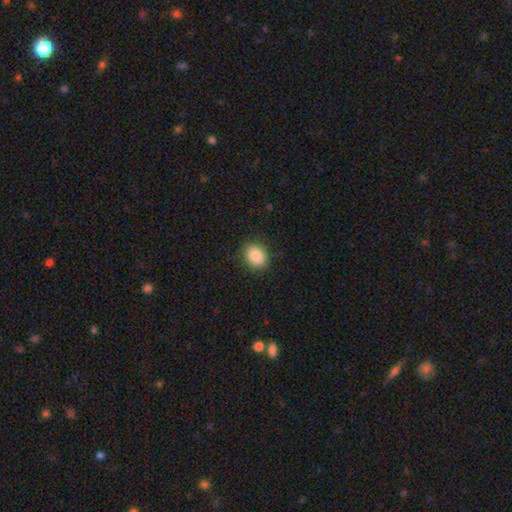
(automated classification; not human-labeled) Smooth or featured?
  - smooth: 88% *
  - star or artifact: 8%
  - featured or disk: 4%
How rounded?
  - in between: 54% *
  - round: 45%
  - cigar-shaped: 1%
Merging?
  - none: 88% *
  - minor disturbance: 9%
  - major disturbance: 2%
  - merger: 1%